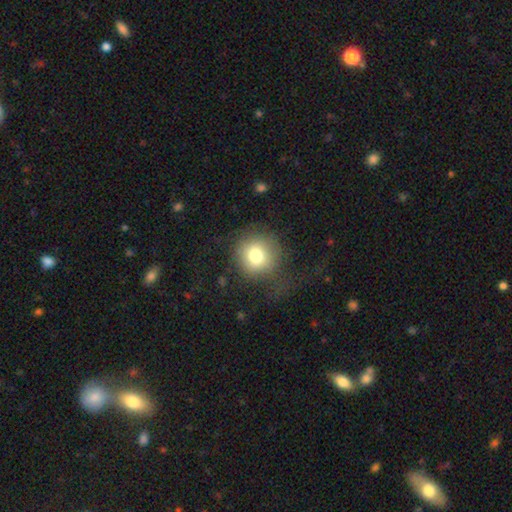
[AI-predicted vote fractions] Overall: smooth (76%). How rounded: round (92%). Merging: none (61%).